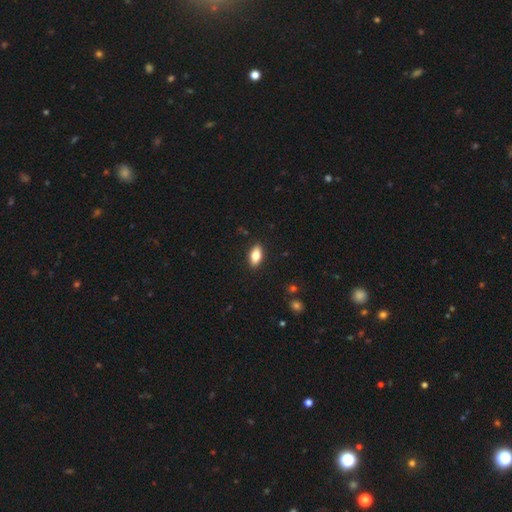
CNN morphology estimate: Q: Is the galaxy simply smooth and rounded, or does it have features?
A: smooth — 76%.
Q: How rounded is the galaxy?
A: in between — 86%.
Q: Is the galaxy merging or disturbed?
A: none — 89%.